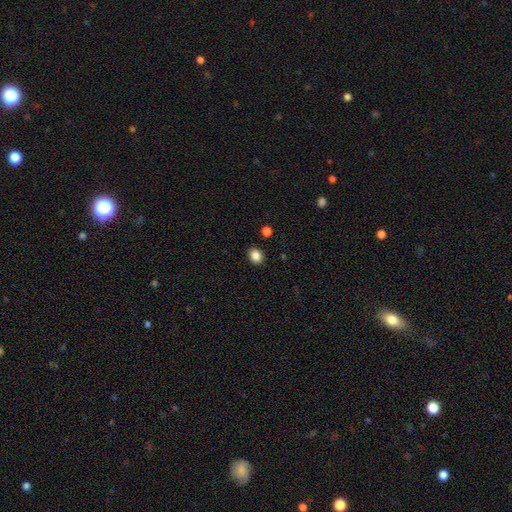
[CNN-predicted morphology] Smooth or featured: smooth — 86% (star or artifact — 10%)
How rounded: round — 51% (in between — 48%)
Merging: none — 89% (minor disturbance — 7%)